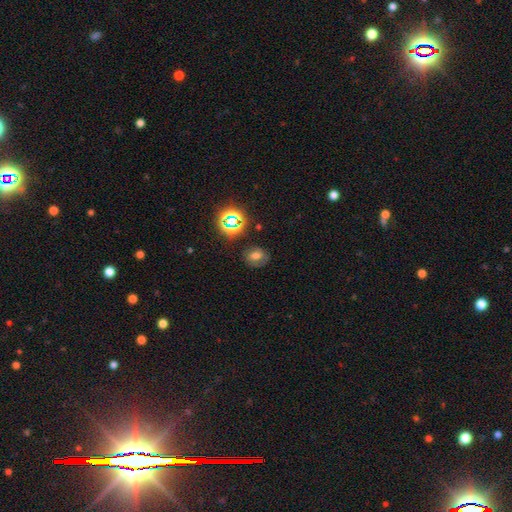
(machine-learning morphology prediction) smooth-or-featured: smooth: 56% | star or artifact: 25% | featured or disk: 19%
  how-rounded: round: 53% | in between: 46% | cigar-shaped: 1%
  merging: none: 72% | minor disturbance: 18% | major disturbance: 7% | merger: 3%